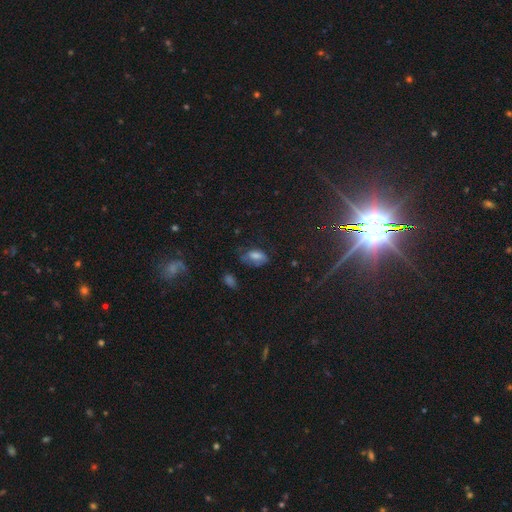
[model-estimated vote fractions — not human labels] smooth 64%, star or artifact 18%, featured or disk 18%. Down the decision tree: how rounded — in between (89%); merging — none (47%).